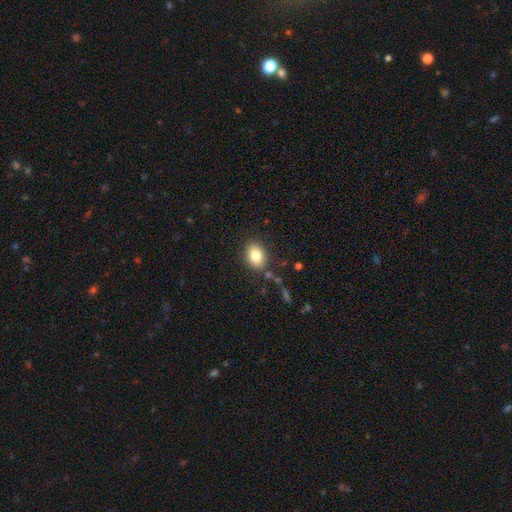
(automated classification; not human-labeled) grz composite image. It shows a smooth galaxy with no disk features (82%) that is in between round and cigar-shaped (65%). Merging: none (83%).